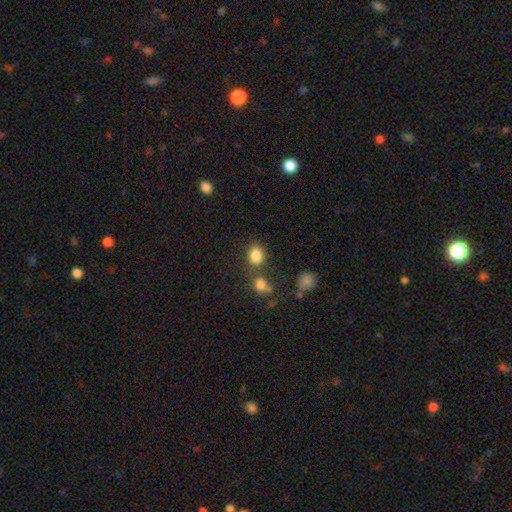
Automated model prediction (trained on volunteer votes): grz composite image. It shows a smooth galaxy with no disk features (84%) that is round (52%). Merging: none (64%).